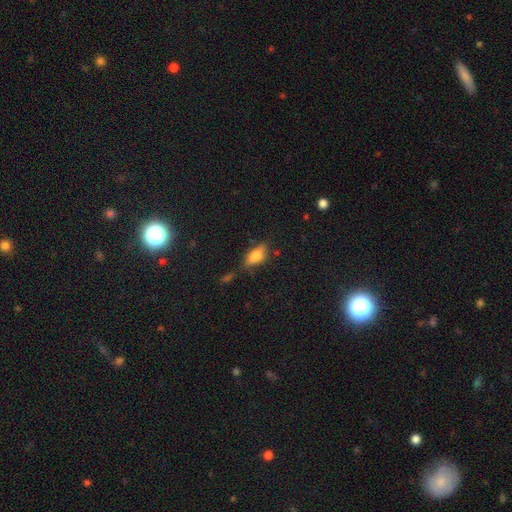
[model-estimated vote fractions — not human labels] smooth_or_featured: smooth (p=0.74) [alt: featured or disk p=0.17]
how_rounded: in between (p=0.84) [alt: cigar-shaped p=0.11]
merging: none (p=0.64) [alt: minor disturbance p=0.24]